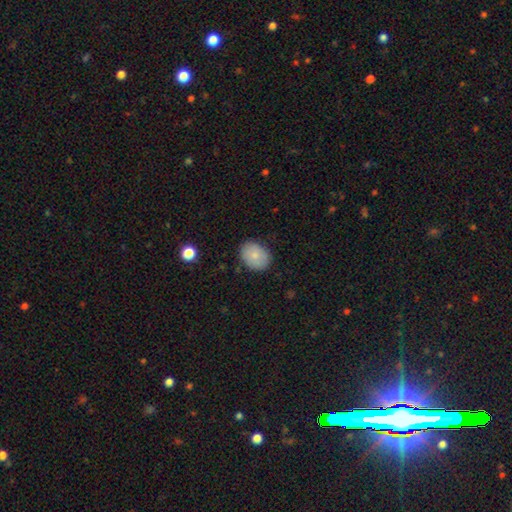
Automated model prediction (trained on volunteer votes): Smooth or featured? smooth (82%)
How rounded? in between (59%)
Merging? none (84%)